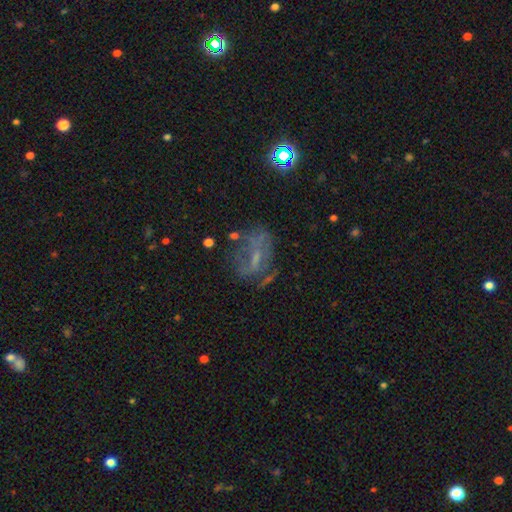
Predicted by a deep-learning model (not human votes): Smooth or featured? Predicted: featured or disk (p=0.54). Edge-on disk? Predicted: no (p=0.94). Bar? Predicted: no (p=0.45). Spiral arms? Predicted: no (p=0.53). Bulge size? Predicted: small (p=0.53). Merging? Predicted: none (p=0.48).